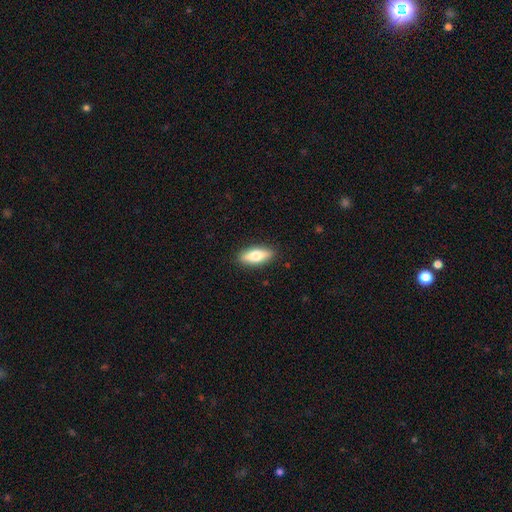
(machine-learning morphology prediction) This is likely a smooth galaxy (68%). How rounded: likely in between (69%). Merging: clearly none (89%).